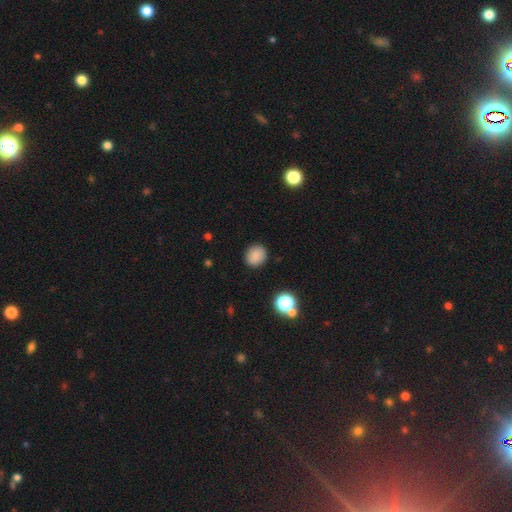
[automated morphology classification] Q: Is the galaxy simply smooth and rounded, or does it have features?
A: smooth — 84%.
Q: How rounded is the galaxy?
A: round — 75%.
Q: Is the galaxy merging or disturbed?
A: none — 89%.